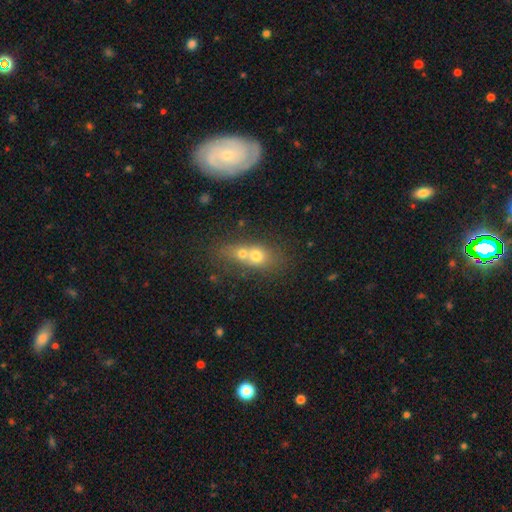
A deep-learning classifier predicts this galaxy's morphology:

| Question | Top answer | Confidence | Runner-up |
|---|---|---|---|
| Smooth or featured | smooth | 63% | featured or disk (25%) |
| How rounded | round | 48% | in between (46%) |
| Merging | merger | 66% | none (22%) |